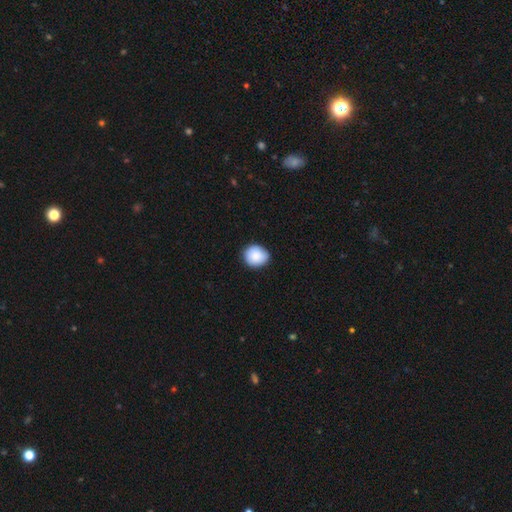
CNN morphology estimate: Smooth or featured: smooth — 88% (star or artifact — 7%)
How rounded: round — 81% (in between — 18%)
Merging: none — 82% (minor disturbance — 15%)